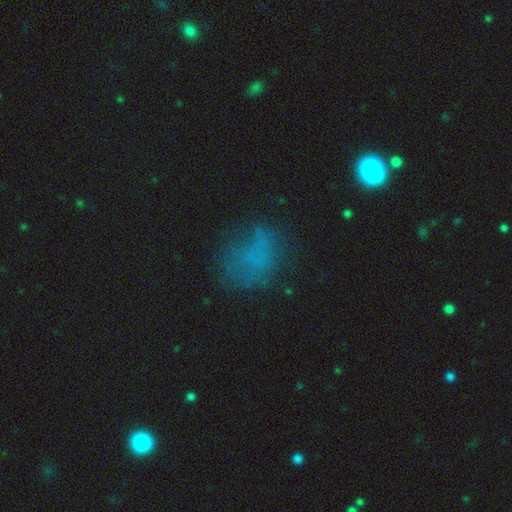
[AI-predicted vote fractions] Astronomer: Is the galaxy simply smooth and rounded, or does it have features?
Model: smooth — 54%.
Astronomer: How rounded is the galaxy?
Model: in between — 51% (runner-up: round, 47%).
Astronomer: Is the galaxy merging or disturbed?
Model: none — 55%.